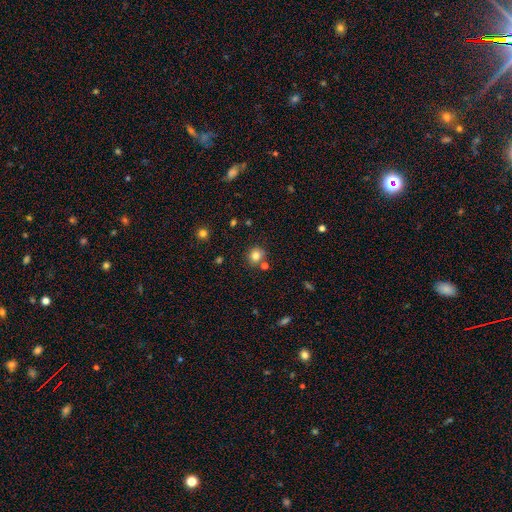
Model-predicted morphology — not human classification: type=smooth (80%); roundness=round (82%); merging=none (75%).